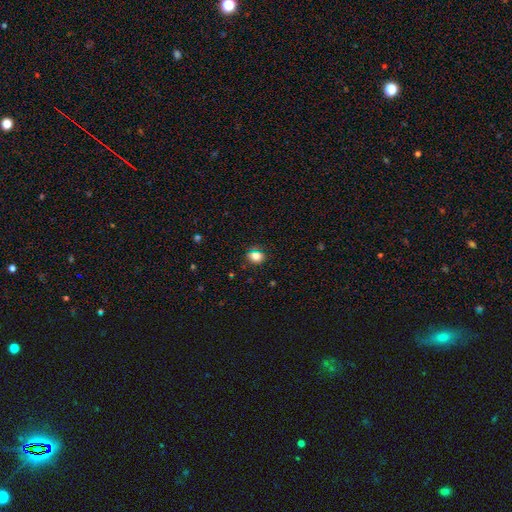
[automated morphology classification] smooth_or_featured: smooth (p=0.77) [alt: star or artifact p=0.16]
how_rounded: round (p=0.68) [alt: in between p=0.30]
merging: none (p=0.82) [alt: minor disturbance p=0.12]